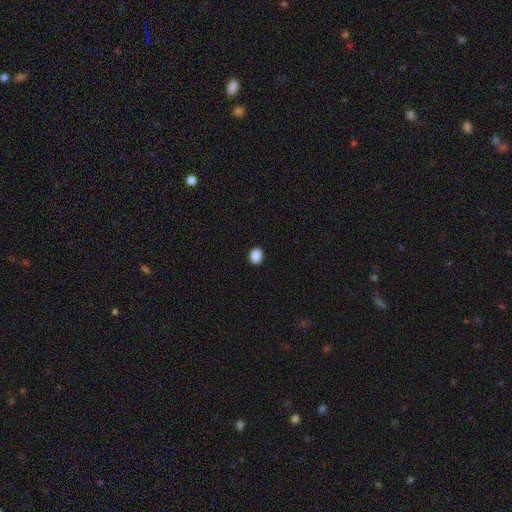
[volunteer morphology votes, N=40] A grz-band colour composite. It shows a smooth galaxy with no disk features (92%) that is round (81%). Merging: none (100%).